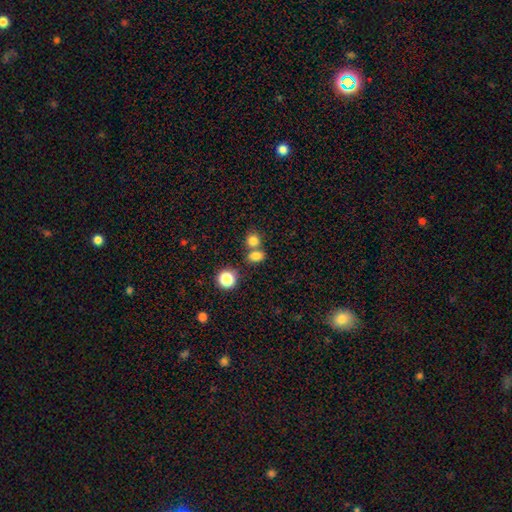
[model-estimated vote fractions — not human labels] A smooth galaxy with no disk features (79%) that is in between round and cigar-shaped (50%). Merging: none (52%).